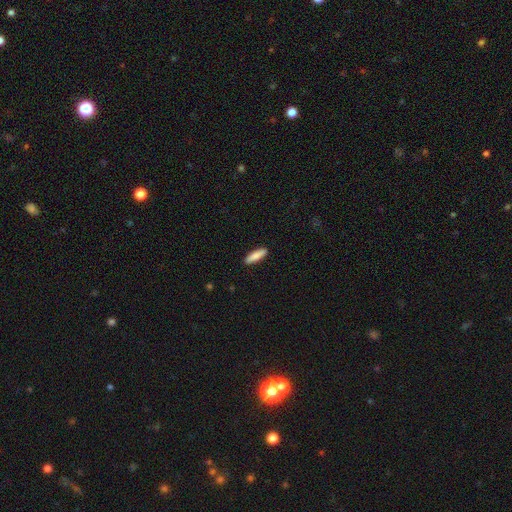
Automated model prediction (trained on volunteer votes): smooth 85%, featured or disk 10%, star or artifact 6%. Down the decision tree: how rounded — cigar-shaped (63%); merging — none (91%).